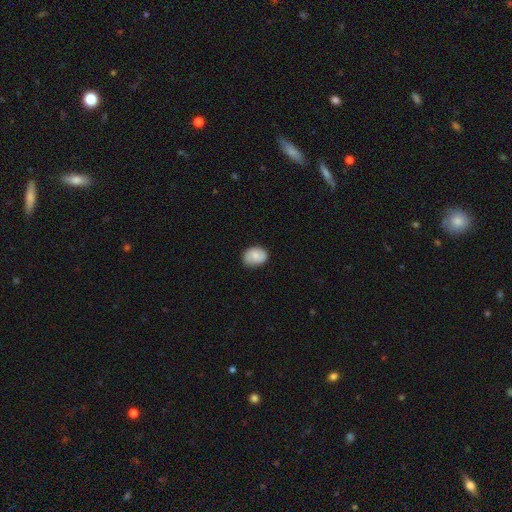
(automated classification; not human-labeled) smooth 71%, featured or disk 22%, star or artifact 7%. Down the decision tree: how rounded — in between (64%); merging — none (80%).